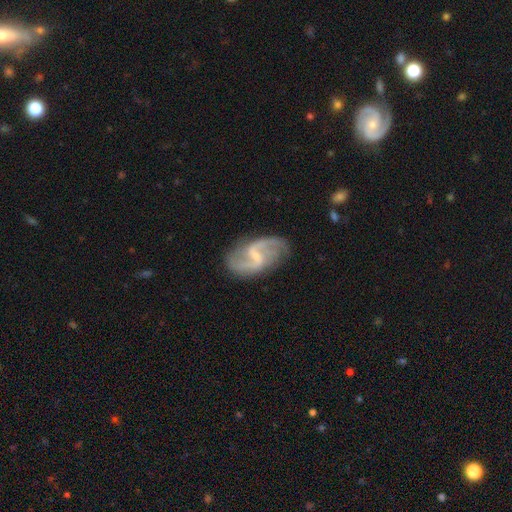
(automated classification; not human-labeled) Smooth or featured? featured or disk (86%)
Edge-on disk? no (97%)
Bar? weak (54%)
Spiral arms? yes (95%)
Spiral winding? loose (55%)
Spiral arm count? 2 (90%)
Bulge size? small (49%)
Merging? none (76%)